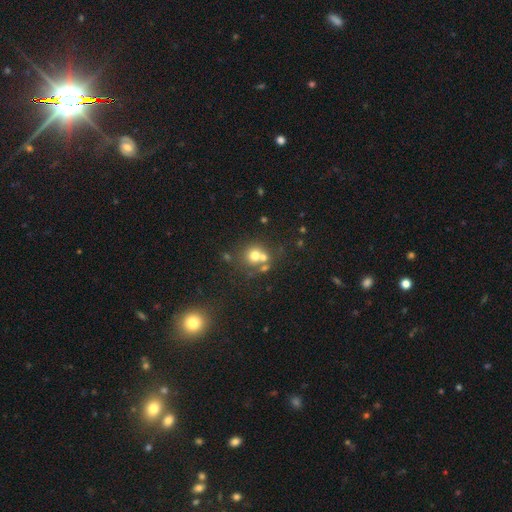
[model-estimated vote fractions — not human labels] Smooth or featured? Predicted: smooth (p=0.66). How rounded? Predicted: round (p=0.85). Merging? Predicted: none (p=0.50).